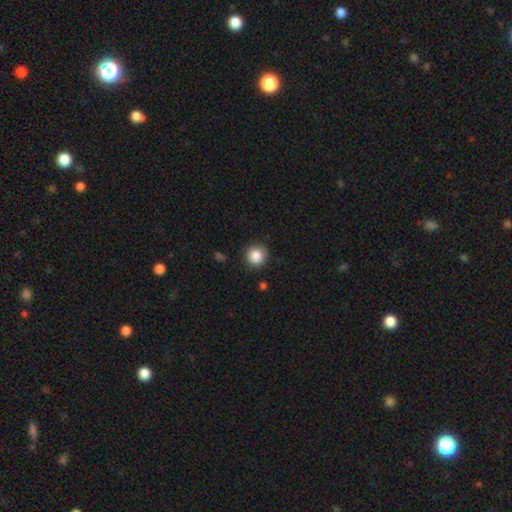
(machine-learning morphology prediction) This is clearly a smooth galaxy (85%). How rounded: clearly round (92%). Merging: clearly none (86%).